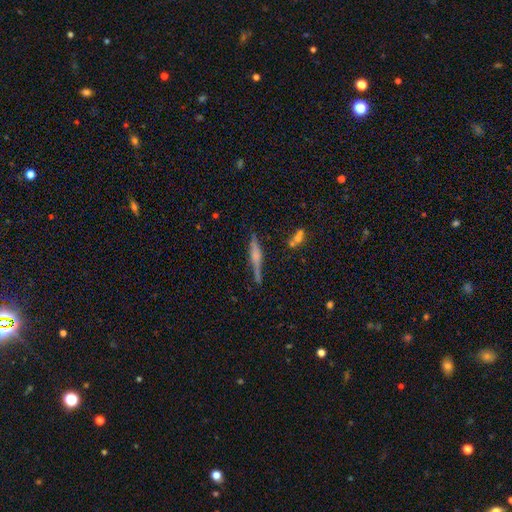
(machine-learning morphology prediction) Q: Smooth or featured?
A: featured or disk (68%); runner-up: smooth (23%)
Q: Edge-on disk?
A: yes (97%); runner-up: no (3%)
Q: Edge-on bulge?
A: rounded (68%); runner-up: boxy (22%)
Q: Merging?
A: none (81%); runner-up: minor disturbance (13%)